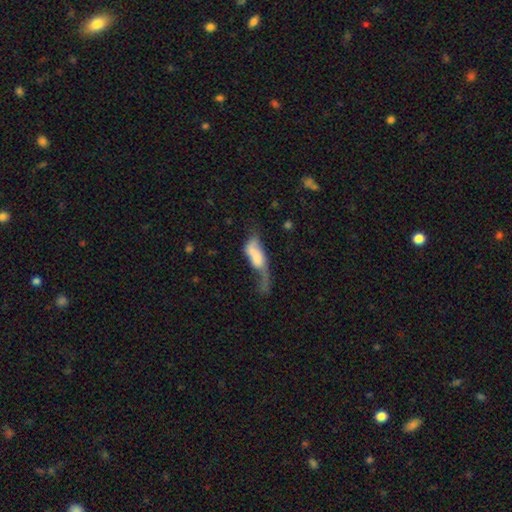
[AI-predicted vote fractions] smooth 54%, featured or disk 37%, star or artifact 9%. Down the decision tree: how rounded — in between (75%); merging — major disturbance (51%).